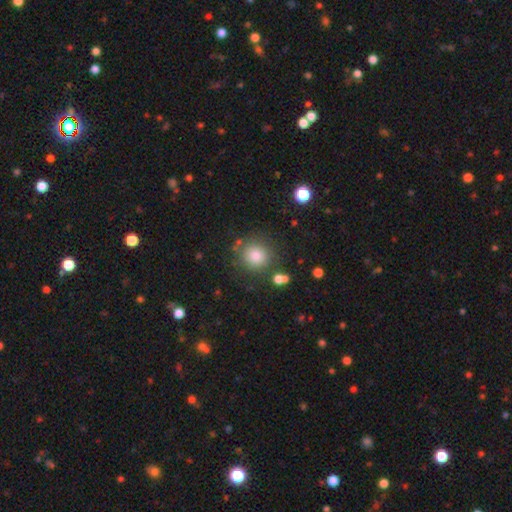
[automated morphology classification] Smooth or featured: smooth — 81% (star or artifact — 12%)
How rounded: round — 91% (in between — 8%)
Merging: none — 82% (minor disturbance — 9%)